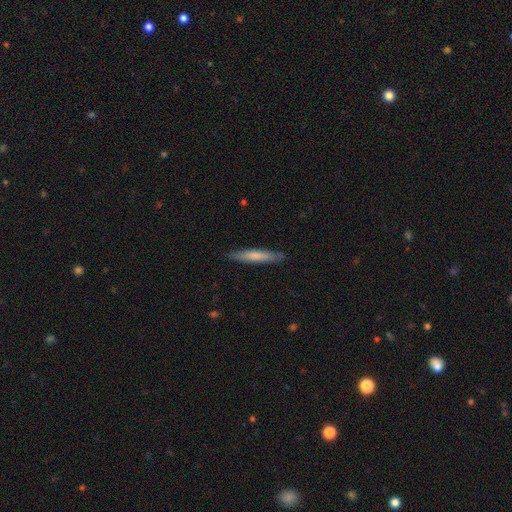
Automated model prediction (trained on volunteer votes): This appears to be a smooth galaxy with no disk features (66%) that is cigar-shaped (93%). Merging: none (88%).